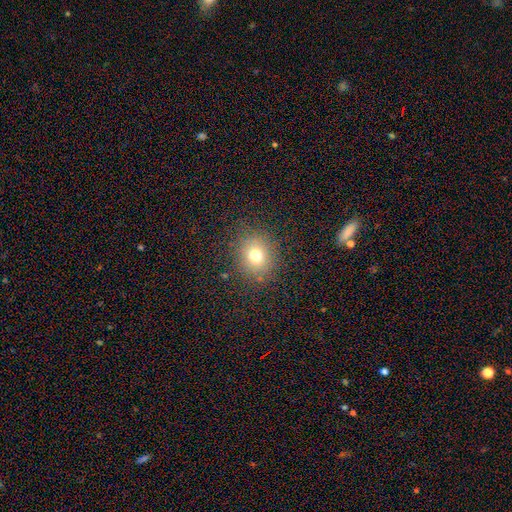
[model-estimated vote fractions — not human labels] This is likely a smooth galaxy (72%). How rounded: likely round (76%). Merging: clearly none (84%).